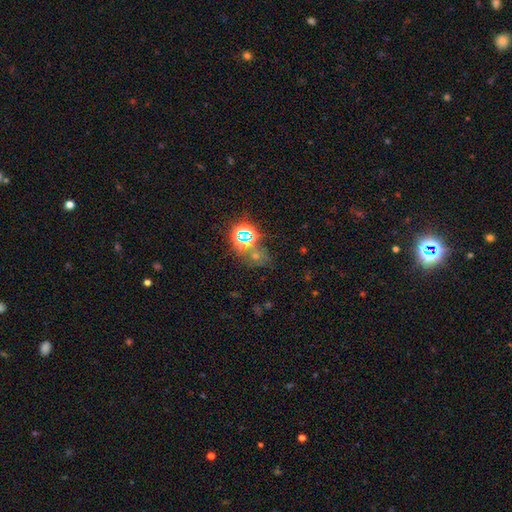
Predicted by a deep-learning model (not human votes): This appears to be a star or artifact, not a galaxy (63%).